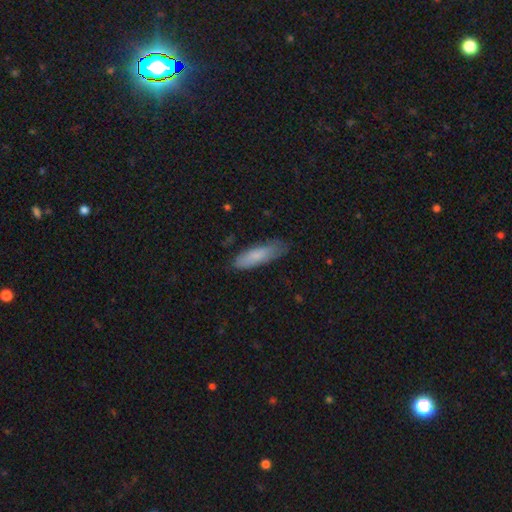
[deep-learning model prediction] Overall: smooth (79%). How rounded: cigar-shaped (58%; in between 41%). Merging: none (74%).